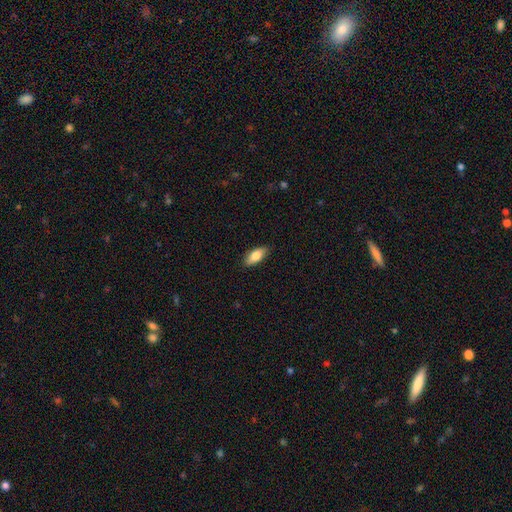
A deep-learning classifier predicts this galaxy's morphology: A smooth galaxy with no disk features (80%) that is in between round and cigar-shaped (82%).

Vote fractions:
- Smooth or featured? smooth: 80% / featured or disk: 14% / star or artifact: 6%
- How rounded? in between: 82% / cigar-shaped: 15% / round: 2%
- Merging? none: 87% / minor disturbance: 10% / major disturbance: 2% / merger: 1%